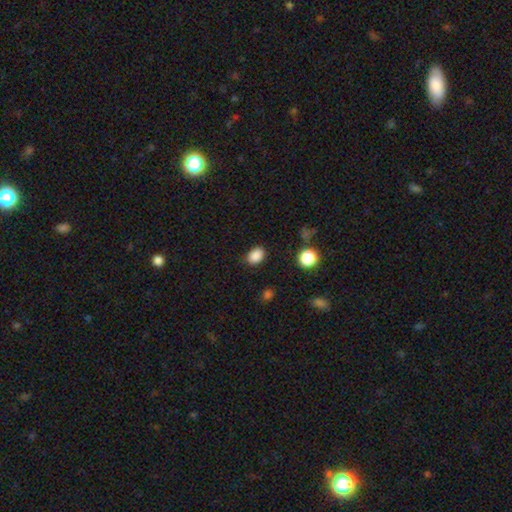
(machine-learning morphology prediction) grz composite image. It shows a smooth galaxy with no disk features (86%) that is in between round and cigar-shaped (71%). Merging: none (81%).